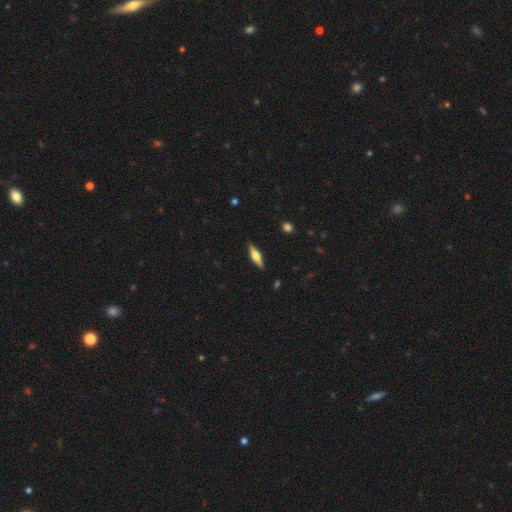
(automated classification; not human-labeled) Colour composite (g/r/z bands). It shows a featured or disk galaxy (51%) viewed edge-on (95%). Merging: none (89%).